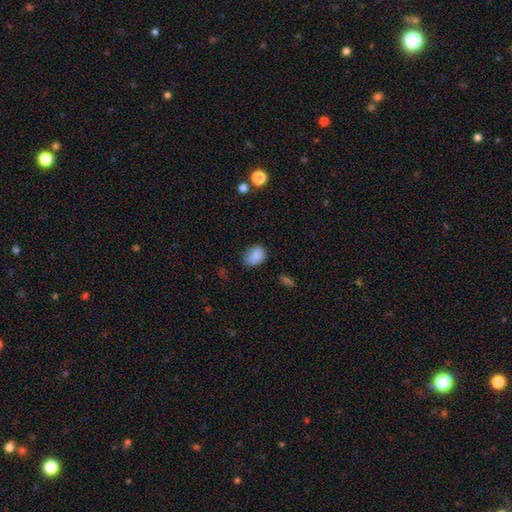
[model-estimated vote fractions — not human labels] smooth-or-featured: smooth: 86% | star or artifact: 9% | featured or disk: 4%
  how-rounded: in between: 74% | round: 24% | cigar-shaped: 1%
  merging: none: 69% | minor disturbance: 24% | major disturbance: 5% | merger: 2%